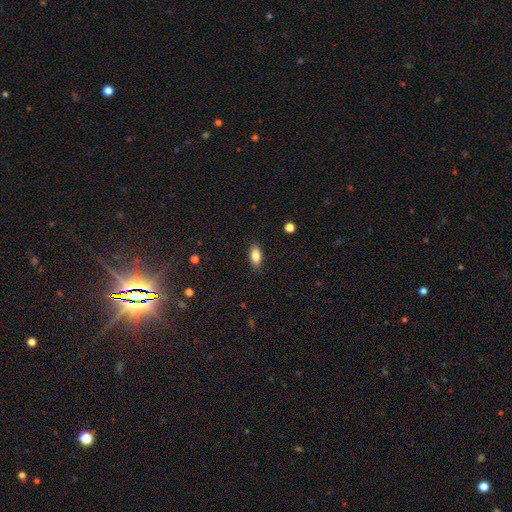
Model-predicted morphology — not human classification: smooth 86%, star or artifact 8%, featured or disk 6%. Down the decision tree: how rounded — in between (89%); merging — none (87%).